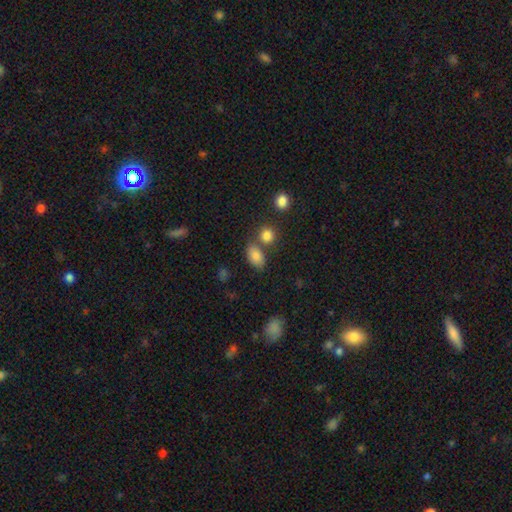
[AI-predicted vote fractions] Morphology: type=smooth (82%); roundness=in between (82%); merging=none (62%).